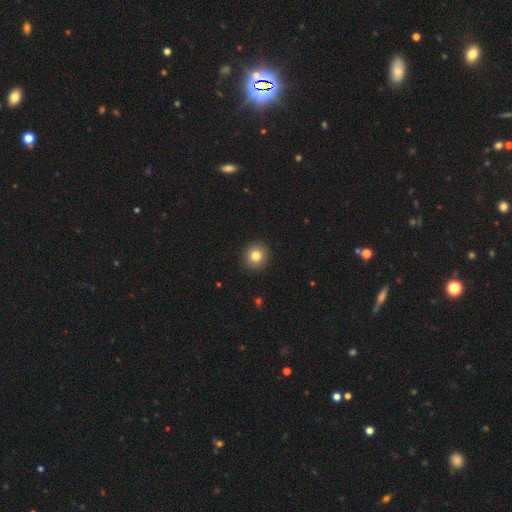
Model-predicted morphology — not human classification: Smooth or featured?
  - smooth: 81% *
  - star or artifact: 11%
  - featured or disk: 8%
How rounded?
  - round: 92% *
  - in between: 7%
  - cigar-shaped: 1%
Merging?
  - none: 92% *
  - minor disturbance: 5%
  - major disturbance: 2%
  - merger: 1%